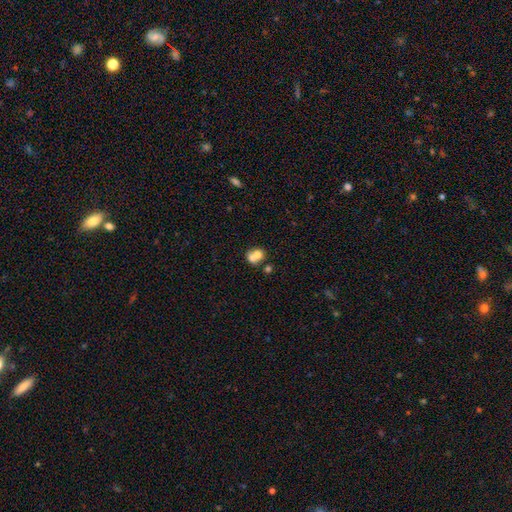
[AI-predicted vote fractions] smooth_or_featured: smooth (p=0.66) [alt: featured or disk p=0.23]
how_rounded: round (p=0.68) [alt: in between p=0.32]
merging: merger (p=0.64) [alt: none p=0.26]